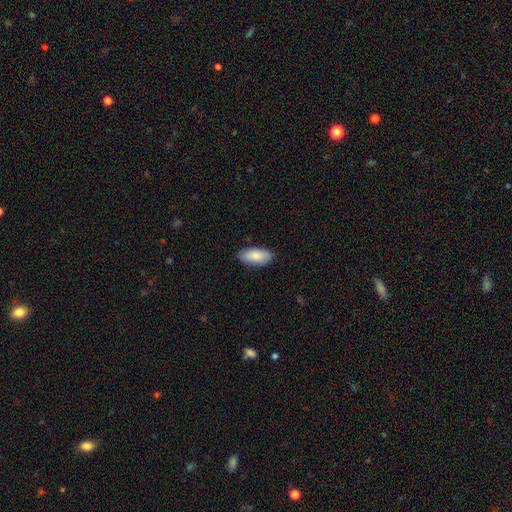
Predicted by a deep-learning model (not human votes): Smooth or featured?
  - smooth: 85% *
  - featured or disk: 9%
  - star or artifact: 6%
How rounded?
  - in between: 91% *
  - cigar-shaped: 7%
  - round: 2%
Merging?
  - none: 85% *
  - minor disturbance: 12%
  - major disturbance: 2%
  - merger: 1%